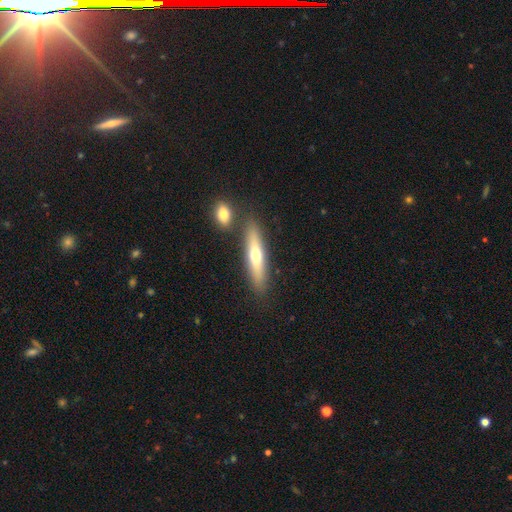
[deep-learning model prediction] smooth 52%, featured or disk 42%, star or artifact 6%. Down the decision tree: how rounded — cigar-shaped (82%); merging — none (78%).